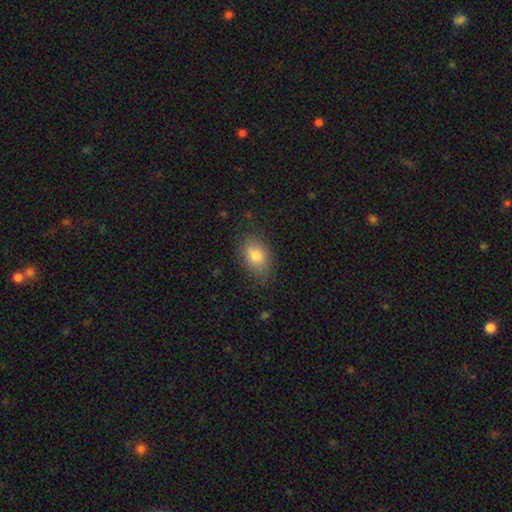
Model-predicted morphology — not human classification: A smooth galaxy with no disk features (82%) that is in between round and cigar-shaped (81%).

Vote fractions:
- Smooth or featured? smooth: 82% / featured or disk: 10% / star or artifact: 8%
- How rounded? in between: 81% / round: 17% / cigar-shaped: 1%
- Merging? none: 75% / minor disturbance: 19% / major disturbance: 5% / merger: 1%